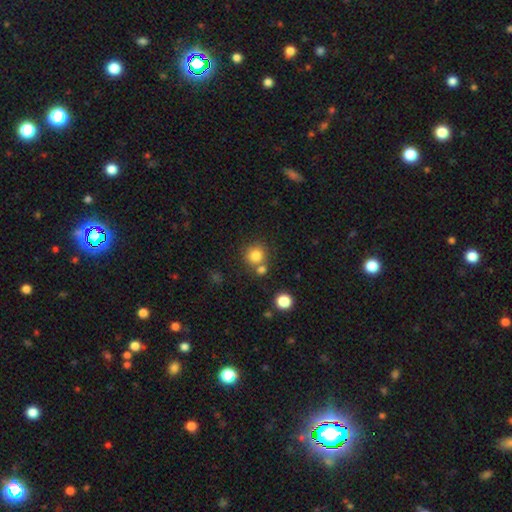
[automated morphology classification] smooth 81%, star or artifact 12%, featured or disk 7%. Down the decision tree: how rounded — round (90%); merging — none (66%).